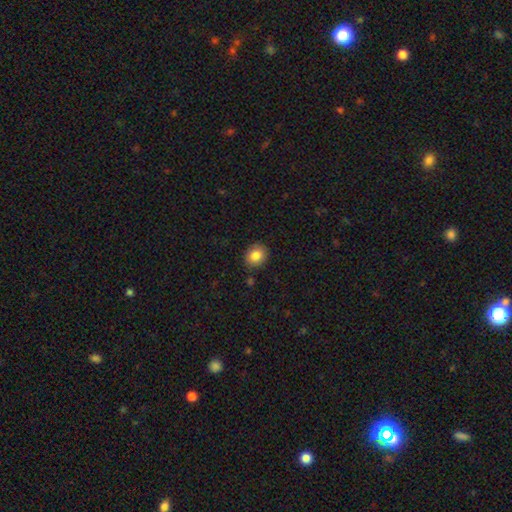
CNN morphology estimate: smooth-or-featured: smooth: 84% | star or artifact: 9% | featured or disk: 7%
  how-rounded: round: 64% | in between: 35% | cigar-shaped: 1%
  merging: none: 88% | minor disturbance: 9% | major disturbance: 2% | merger: 2%